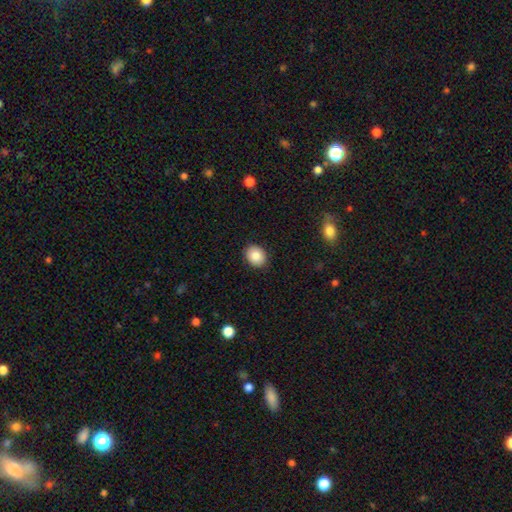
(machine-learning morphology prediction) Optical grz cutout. It shows a smooth galaxy with no disk features (85%) that is round (58%). Merging: none (90%).